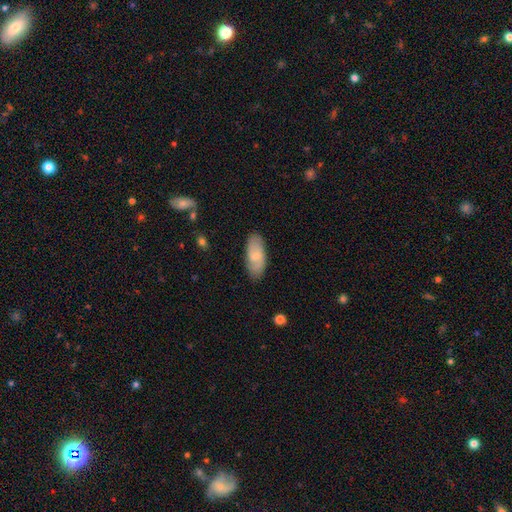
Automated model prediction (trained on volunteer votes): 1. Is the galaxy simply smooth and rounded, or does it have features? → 51% smooth, 43% featured or disk, 6% star or artifact.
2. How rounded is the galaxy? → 88% in between, 10% cigar-shaped, 3% round.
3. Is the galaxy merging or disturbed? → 80% none, 15% minor disturbance, 3% major disturbance, 1% merger.